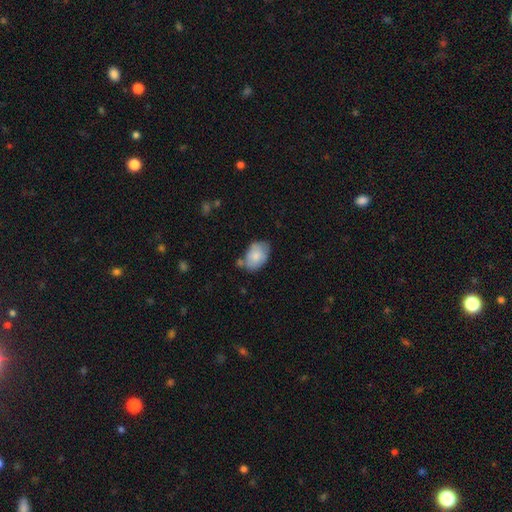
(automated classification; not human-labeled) Smooth or featured? Predicted: smooth (p=0.79). How rounded? Predicted: in between (p=0.83). Merging? Predicted: none (p=0.58).